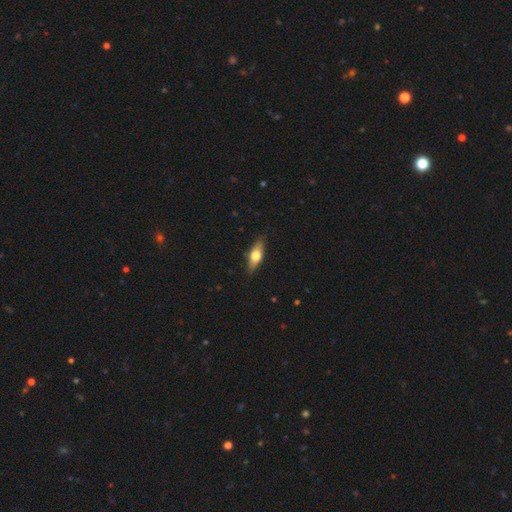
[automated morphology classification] Overall: smooth (59%; featured or disk 35%). How rounded: in between (61%; cigar-shaped 35%). Merging: none (85%).